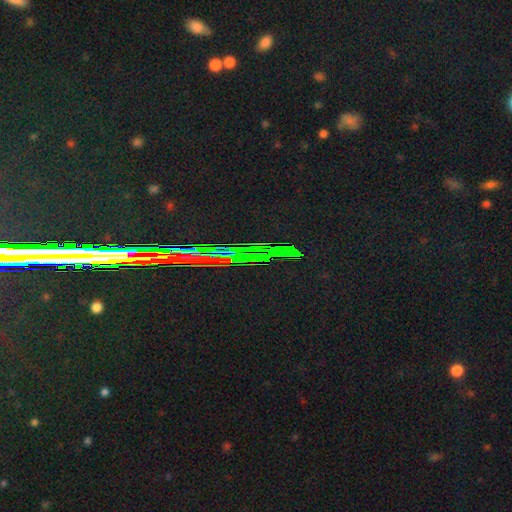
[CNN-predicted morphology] type=star or artifact (84%).